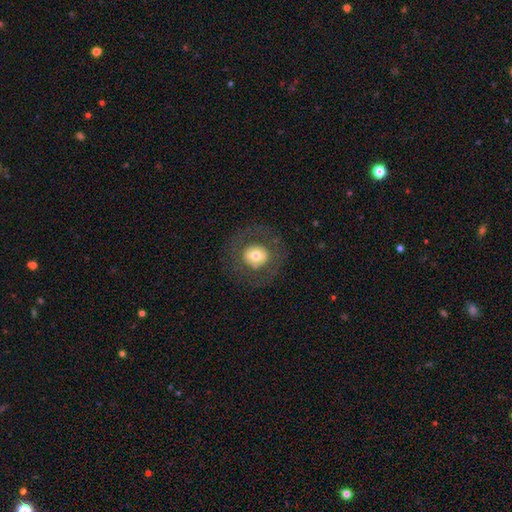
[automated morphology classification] smooth_or_featured: smooth (p=0.57) [alt: featured or disk p=0.34]
how_rounded: round (p=0.88) [alt: in between p=0.11]
merging: none (p=0.79) [alt: minor disturbance p=0.10]